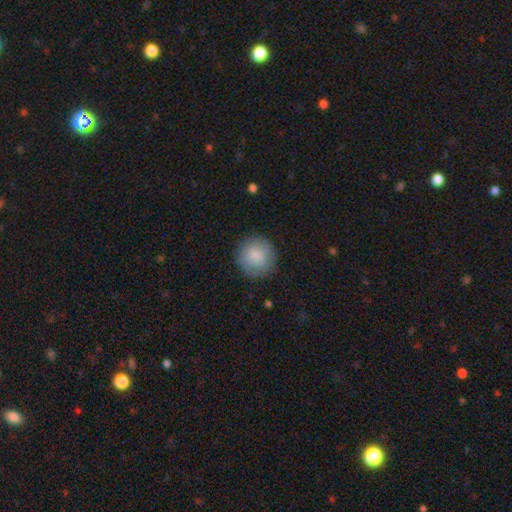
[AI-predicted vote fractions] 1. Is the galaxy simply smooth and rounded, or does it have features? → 84% smooth, 9% featured or disk, 7% star or artifact.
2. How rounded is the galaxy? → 95% round, 4% in between, 1% cigar-shaped.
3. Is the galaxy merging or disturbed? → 87% none, 9% minor disturbance, 3% major disturbance, 1% merger.